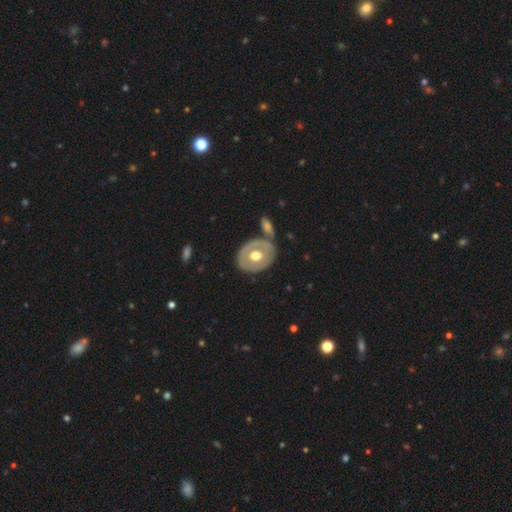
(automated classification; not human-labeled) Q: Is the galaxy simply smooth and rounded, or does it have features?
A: featured or disk — 50%.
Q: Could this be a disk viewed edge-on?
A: no — 91%.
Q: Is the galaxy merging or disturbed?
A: none — 71%.